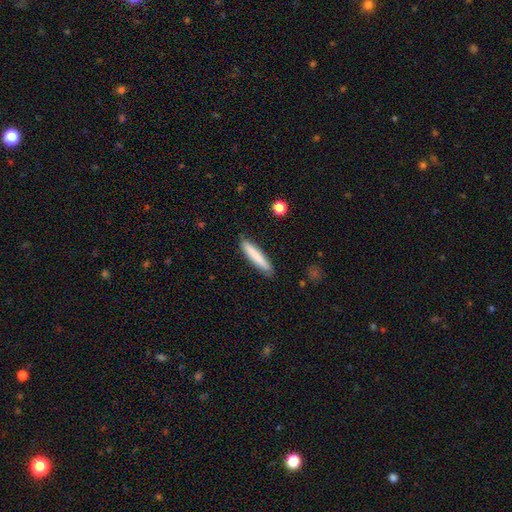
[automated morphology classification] Q: Smooth or featured?
A: smooth (81%); runner-up: featured or disk (14%)
Q: How rounded?
A: cigar-shaped (91%); runner-up: in between (8%)
Q: Merging?
A: none (88%); runner-up: minor disturbance (9%)